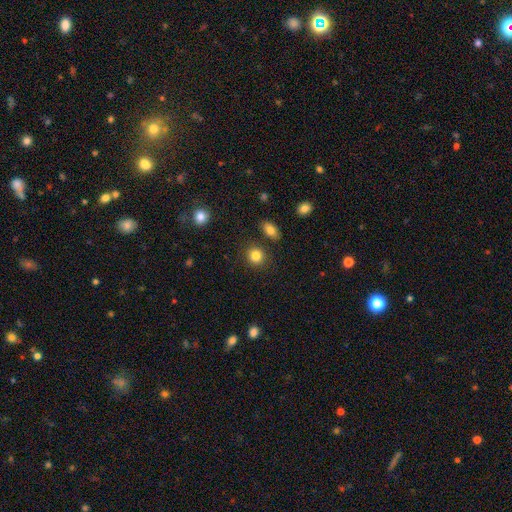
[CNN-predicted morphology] smooth-or-featured: smooth: 85% | star or artifact: 10% | featured or disk: 6%
  how-rounded: round: 85% | in between: 14% | cigar-shaped: 1%
  merging: none: 85% | minor disturbance: 8% | merger: 4% | major disturbance: 3%